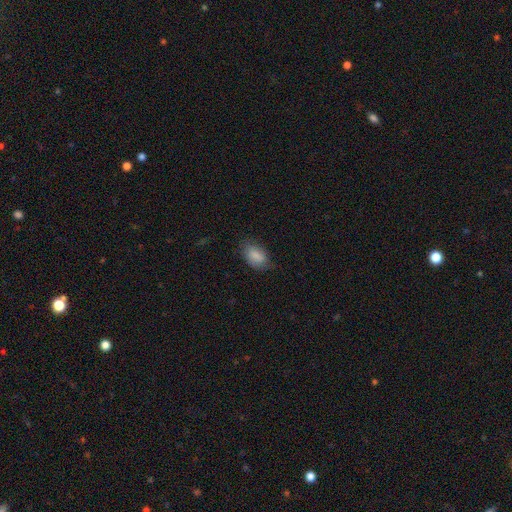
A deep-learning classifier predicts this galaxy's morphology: Smooth or featured: smooth — 82% (featured or disk — 11%)
How rounded: in between — 91% (round — 6%)
Merging: none — 68% (minor disturbance — 24%)